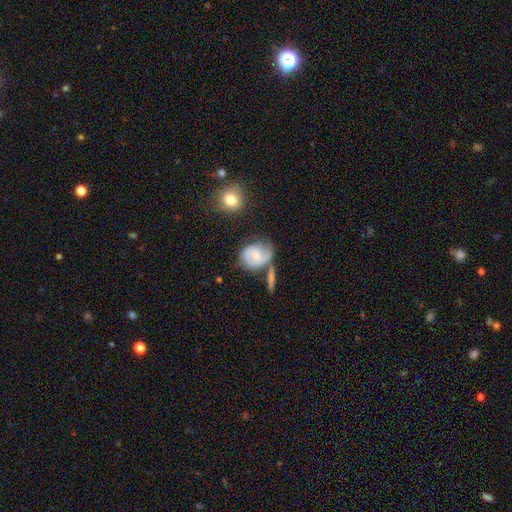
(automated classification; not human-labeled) Morphology: type=featured or disk (63%); edge-on=no (96%); bar=no (62%); spiral arms=yes (86%); winding=medium (42%); arm count=2 (58%); bulge=small (48%); merging=none (45%).